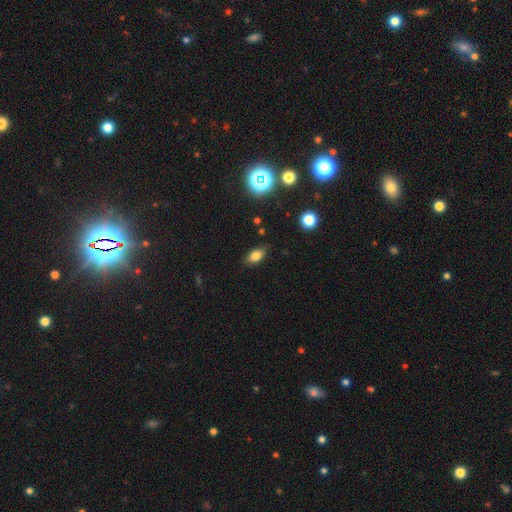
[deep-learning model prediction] Smooth or featured: smooth — 78% (star or artifact — 13%)
How rounded: in between — 87% (round — 9%)
Merging: none — 84% (minor disturbance — 12%)